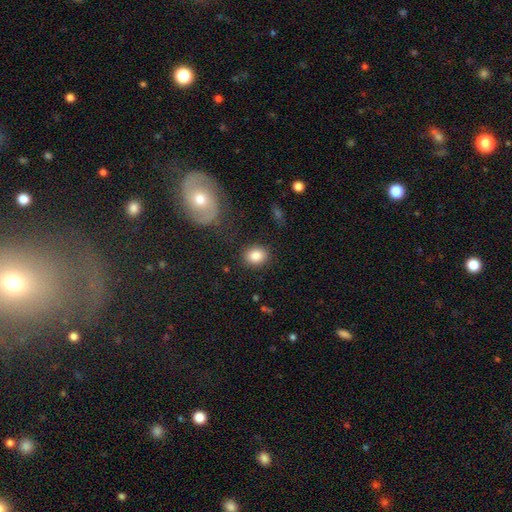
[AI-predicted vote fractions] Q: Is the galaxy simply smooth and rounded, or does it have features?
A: smooth — 86%.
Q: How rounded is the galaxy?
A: round — 56%.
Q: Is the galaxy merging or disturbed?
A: none — 86%.